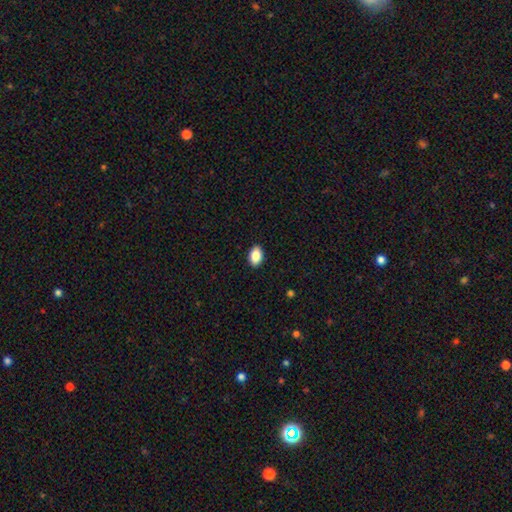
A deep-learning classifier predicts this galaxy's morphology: The model was most divided on "smooth or featured": smooth: 87%, star or artifact: 7%, featured or disk: 6%. More confident: merging — none (91%); how rounded — in between (90%).